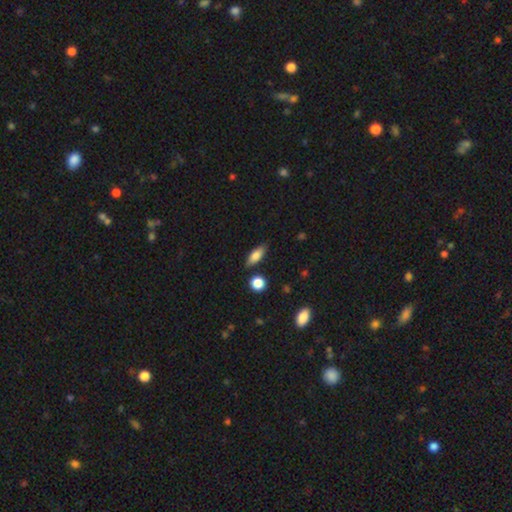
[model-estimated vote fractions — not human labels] A smooth galaxy with no disk features (74%) that is in between round and cigar-shaped (65%).

Vote fractions:
- Smooth or featured? smooth: 74% / featured or disk: 18% / star or artifact: 8%
- How rounded? in between: 65% / cigar-shaped: 30% / round: 5%
- Merging? none: 82% / minor disturbance: 12% / merger: 3% / major disturbance: 3%